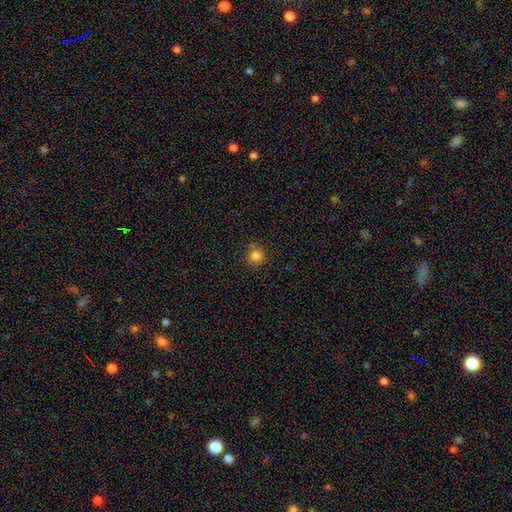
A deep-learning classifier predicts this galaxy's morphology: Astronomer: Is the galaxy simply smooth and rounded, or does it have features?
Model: smooth — 82%.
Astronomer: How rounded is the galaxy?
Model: round — 92%.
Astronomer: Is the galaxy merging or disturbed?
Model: none — 83%.